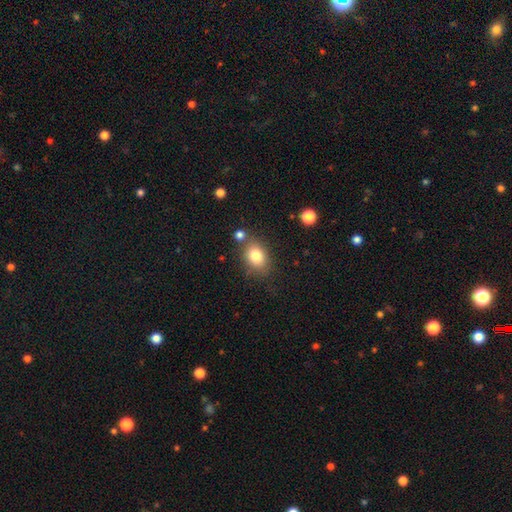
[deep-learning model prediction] This is clearly a smooth galaxy (81%). How rounded: likely in between (64%). Merging: likely none (72%).